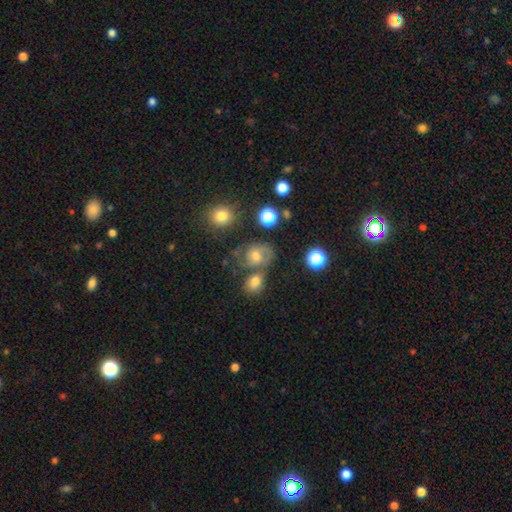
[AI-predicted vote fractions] A featured or disk galaxy (43%). Merging: none (46%).